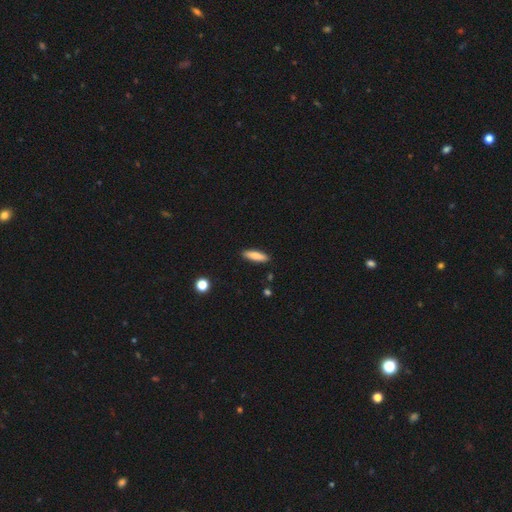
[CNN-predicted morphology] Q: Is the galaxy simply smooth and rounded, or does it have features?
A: smooth — 82%.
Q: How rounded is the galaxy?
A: cigar-shaped — 67%.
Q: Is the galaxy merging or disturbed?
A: none — 89%.